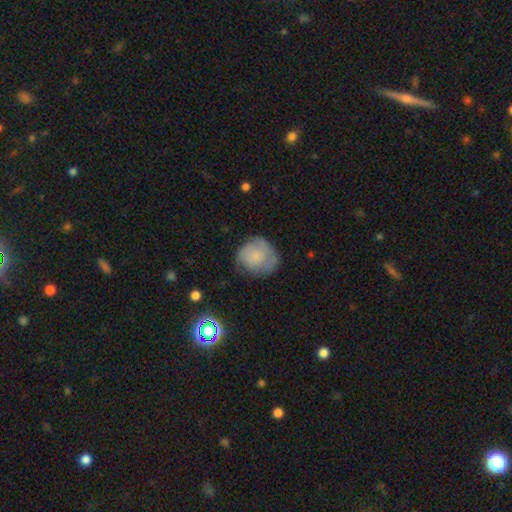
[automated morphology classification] type=smooth (65%); roundness=round (78%); merging=none (60%).